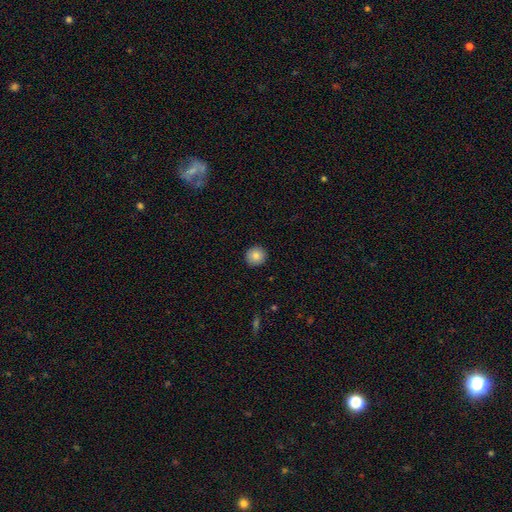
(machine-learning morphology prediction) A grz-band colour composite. It shows a smooth galaxy with no disk features (85%) that is round (94%). Merging: none (92%).